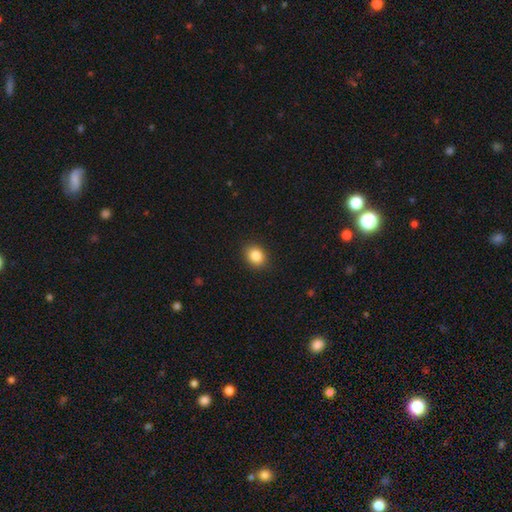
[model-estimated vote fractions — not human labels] Smooth or featured? smooth (85%)
How rounded? round (53%)
Merging? none (90%)